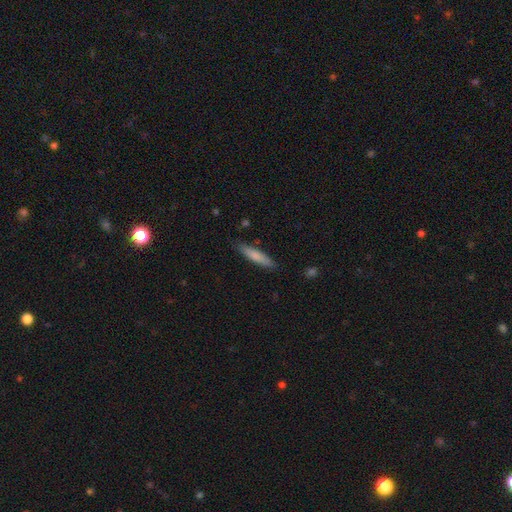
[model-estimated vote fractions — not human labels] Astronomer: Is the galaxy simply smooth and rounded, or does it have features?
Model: smooth — 77%.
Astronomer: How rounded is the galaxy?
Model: cigar-shaped — 87%.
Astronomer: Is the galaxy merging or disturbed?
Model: none — 86%.